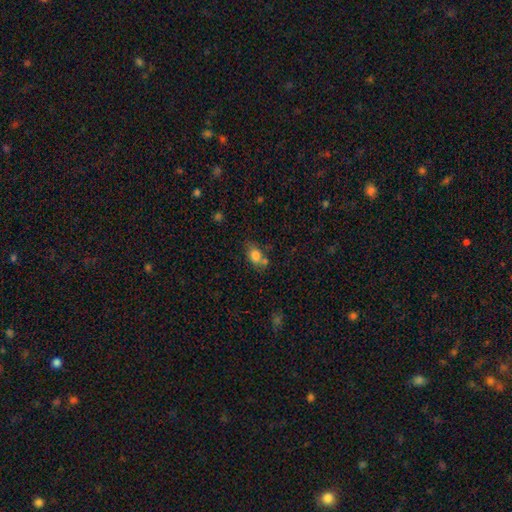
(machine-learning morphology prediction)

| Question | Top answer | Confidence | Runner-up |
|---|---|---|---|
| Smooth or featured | smooth | 80% | featured or disk (11%) |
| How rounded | in between | 73% | round (25%) |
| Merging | none | 53% | merger (23%) |